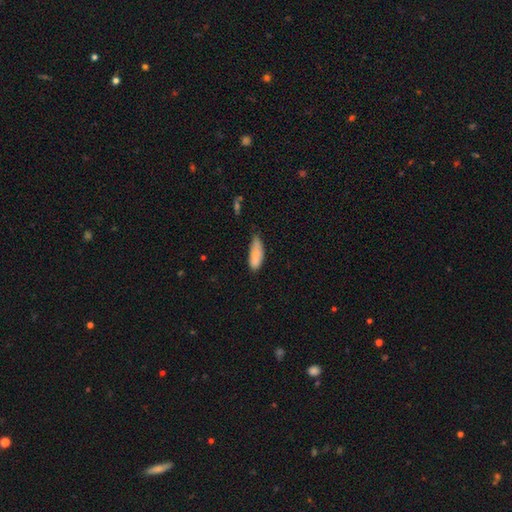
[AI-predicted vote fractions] This appears to be a smooth galaxy with no disk features (83%) that is in between round and cigar-shaped (71%). Merging: none (45%).